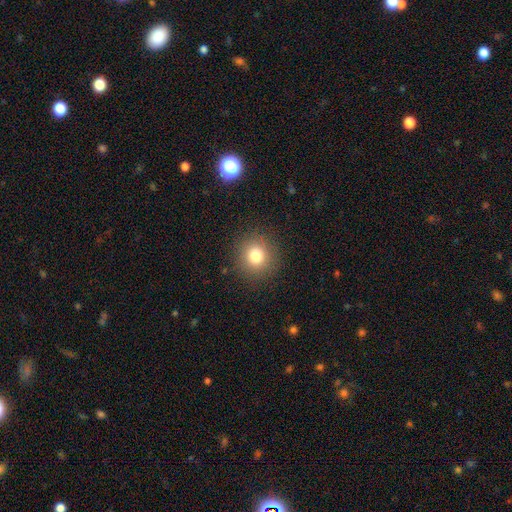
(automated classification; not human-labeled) smooth 80%, star or artifact 12%, featured or disk 8%. Down the decision tree: how rounded — round (92%); merging — none (89%).